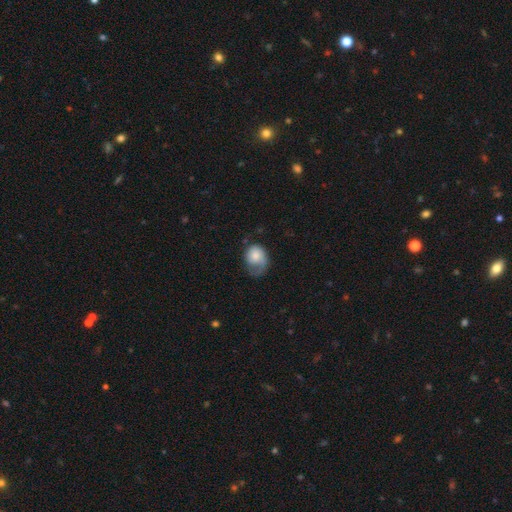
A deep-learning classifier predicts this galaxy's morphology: A smooth galaxy with no disk features (61%) that is in between round and cigar-shaped (55%).

Vote fractions:
- Smooth or featured? smooth: 61% / featured or disk: 32% / star or artifact: 7%
- How rounded? in between: 55% / round: 44% / cigar-shaped: 1%
- Merging? major disturbance: 41% / minor disturbance: 29% / none: 27% / merger: 3%